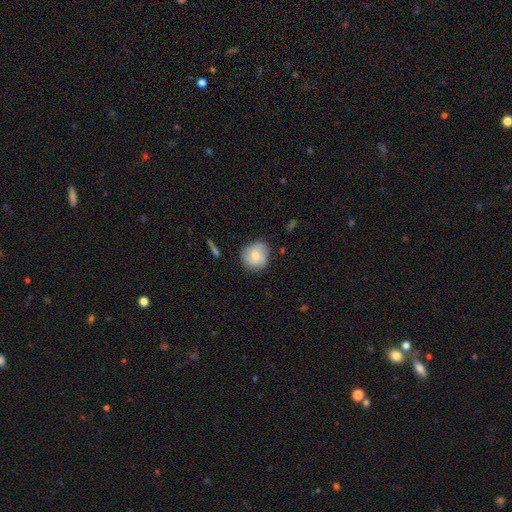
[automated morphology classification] A smooth galaxy with no disk features (67%) that is round (87%).

Vote fractions:
- Smooth or featured? smooth: 67% / featured or disk: 26% / star or artifact: 7%
- How rounded? round: 87% / in between: 12% / cigar-shaped: 1%
- Merging? none: 75% / minor disturbance: 19% / major disturbance: 4% / merger: 2%